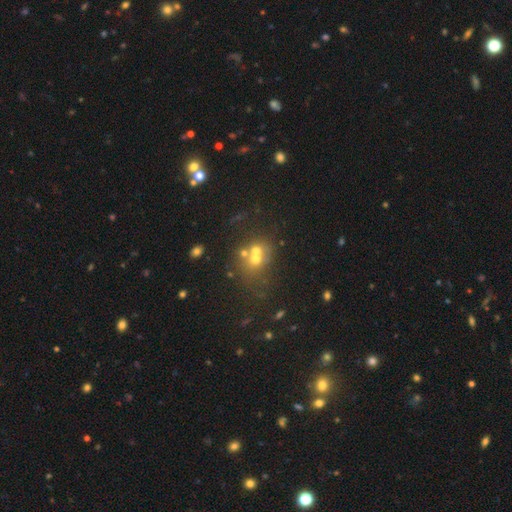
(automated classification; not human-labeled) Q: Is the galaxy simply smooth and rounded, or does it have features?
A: smooth — 52%.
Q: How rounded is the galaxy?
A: round — 70%.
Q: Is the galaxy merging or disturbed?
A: merger — 51%.